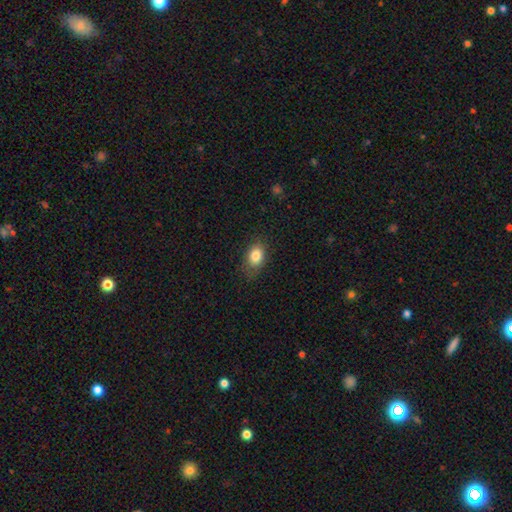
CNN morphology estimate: smooth-or-featured: smooth: 83% | star or artifact: 9% | featured or disk: 8%
  how-rounded: in between: 79% | round: 19% | cigar-shaped: 2%
  merging: none: 74% | minor disturbance: 20% | major disturbance: 5% | merger: 1%